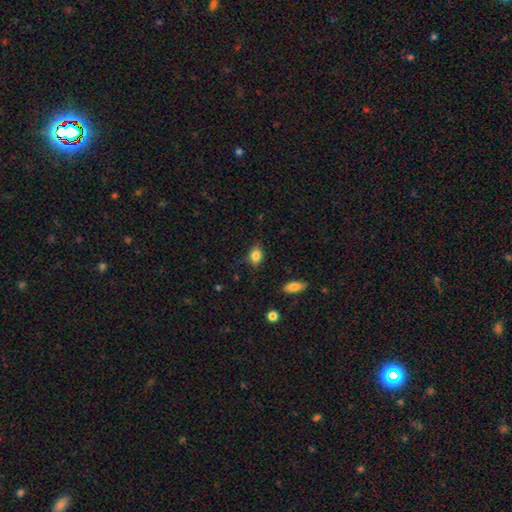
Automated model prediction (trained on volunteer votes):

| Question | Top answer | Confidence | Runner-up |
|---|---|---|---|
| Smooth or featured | smooth | 83% | star or artifact (9%) |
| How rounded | in between | 70% | round (28%) |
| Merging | none | 77% | minor disturbance (18%) |